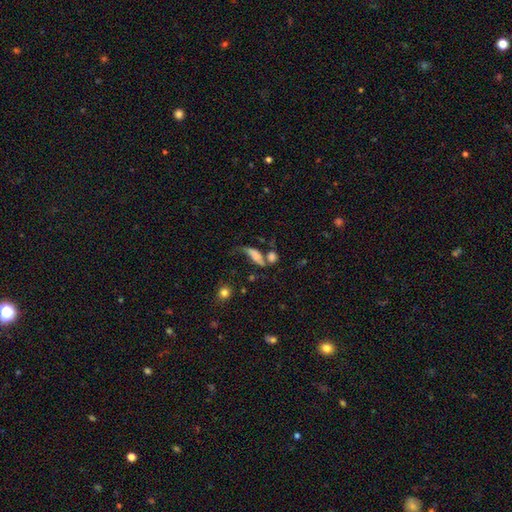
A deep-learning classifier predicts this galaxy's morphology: A smooth galaxy with no disk features (56%) that is in between round and cigar-shaped (61%).

Vote fractions:
- Smooth or featured? smooth: 56% / featured or disk: 32% / star or artifact: 12%
- How rounded? in between: 61% / cigar-shaped: 31% / round: 8%
- Merging? merger: 33% / none: 26% / major disturbance: 24% / minor disturbance: 17%